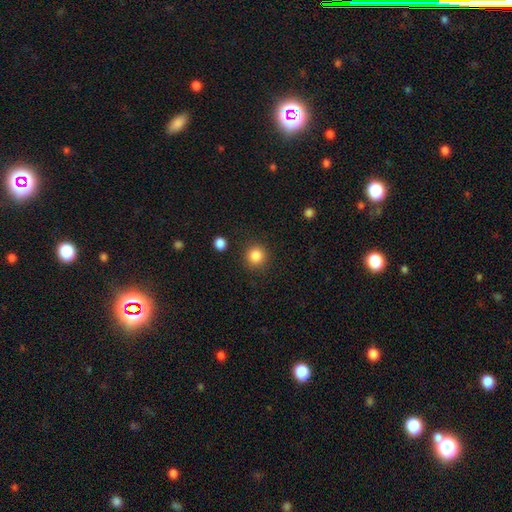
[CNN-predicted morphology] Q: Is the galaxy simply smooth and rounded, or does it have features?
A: smooth — 85%.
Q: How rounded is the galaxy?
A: round — 93%.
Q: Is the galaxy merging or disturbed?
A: none — 88%.